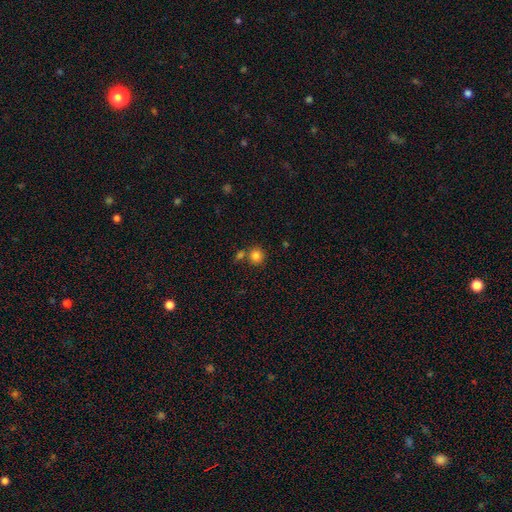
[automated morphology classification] Smooth or featured? smooth (84%)
How rounded? round (88%)
Merging? none (69%)